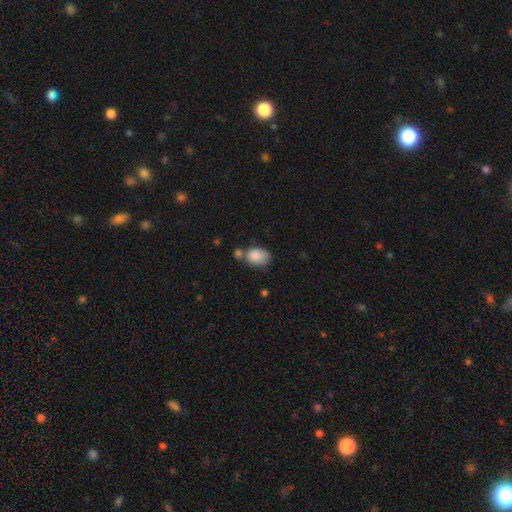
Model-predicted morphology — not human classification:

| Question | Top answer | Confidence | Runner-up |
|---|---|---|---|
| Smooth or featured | smooth | 86% | star or artifact (8%) |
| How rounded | in between | 76% | round (23%) |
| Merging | none | 44% | merger (28%) |